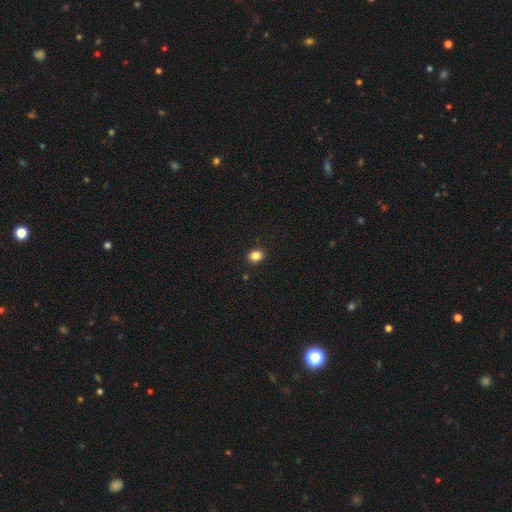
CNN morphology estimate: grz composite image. It shows a smooth galaxy with no disk features (85%) that is round (69%). Merging: none (91%).